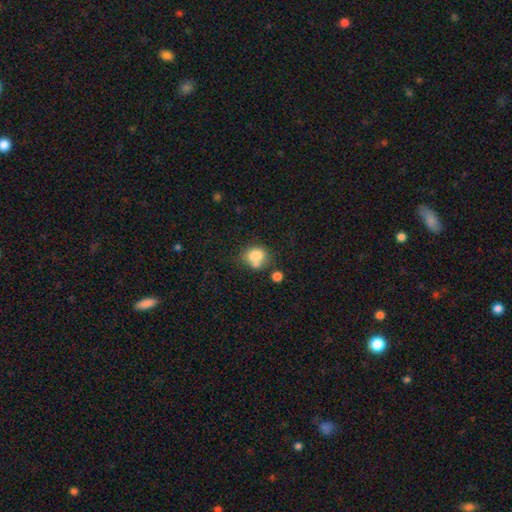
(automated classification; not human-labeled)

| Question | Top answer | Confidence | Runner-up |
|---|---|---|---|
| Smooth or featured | smooth | 78% | featured or disk (11%) |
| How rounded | round | 64% | in between (35%) |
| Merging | none | 47% | merger (29%) |